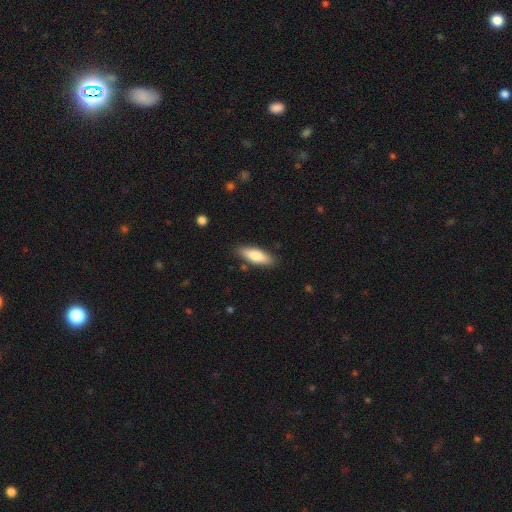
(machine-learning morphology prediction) smooth-or-featured: smooth: 74% | featured or disk: 20% | star or artifact: 6%
  how-rounded: in between: 54% | cigar-shaped: 44% | round: 2%
  merging: none: 85% | minor disturbance: 11% | major disturbance: 2% | merger: 2%